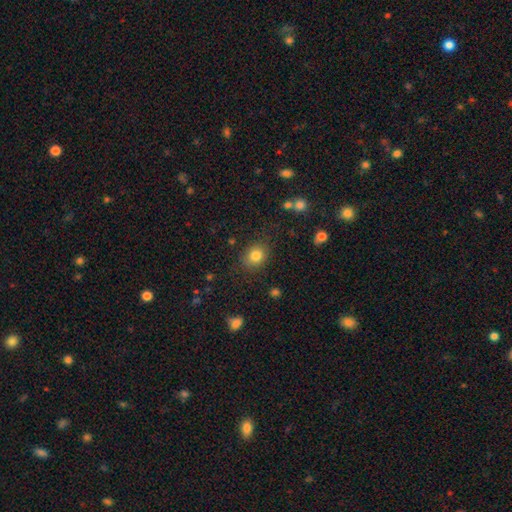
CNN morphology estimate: The model was most divided on "how rounded": round: 57%, in between: 42%, cigar-shaped: 1%. More confident: smooth or featured — smooth (82%); merging — none (82%).